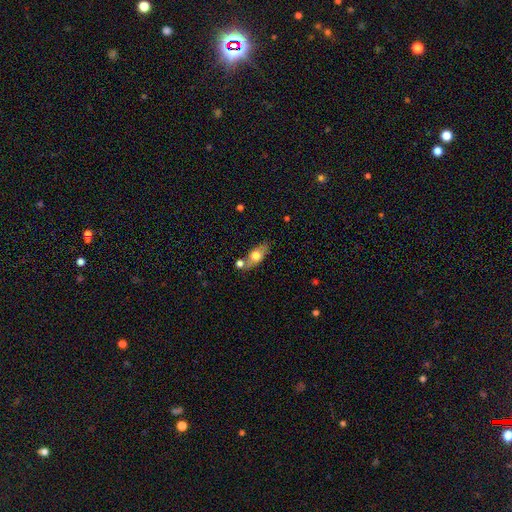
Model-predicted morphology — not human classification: This appears to be a smooth galaxy with no disk features (61%) that is in between round and cigar-shaped (77%). Merging: none (64%).